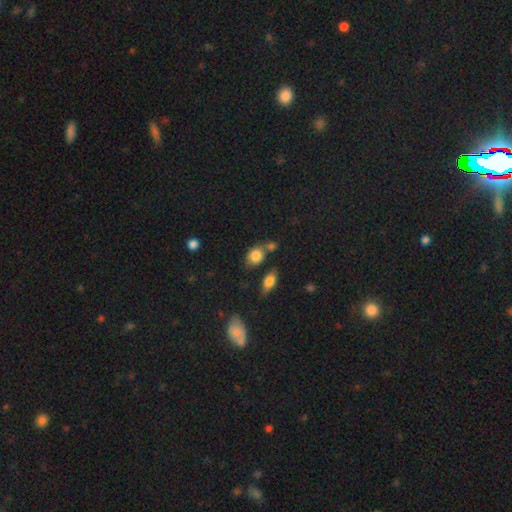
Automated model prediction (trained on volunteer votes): Morphology: type=smooth (81%); roundness=in between (55%); merging=none (54%).